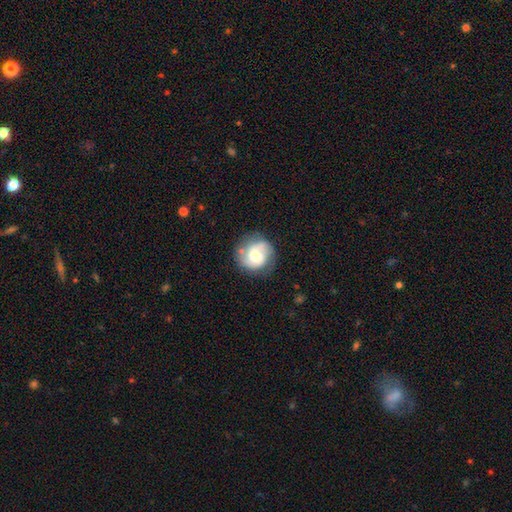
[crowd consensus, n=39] A featured or disk galaxy (67%) with no bar (77%), 2 (96%) tight (33%, tied with medium and loose) spiral arms (92%) and a moderate central bulge (50%). Merging: none (70%).